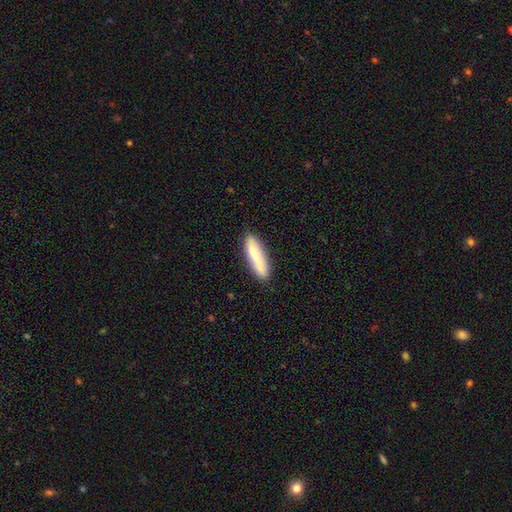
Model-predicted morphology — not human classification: smooth 77%, featured or disk 17%, star or artifact 6%. Down the decision tree: how rounded — cigar-shaped (79%); merging — none (82%).